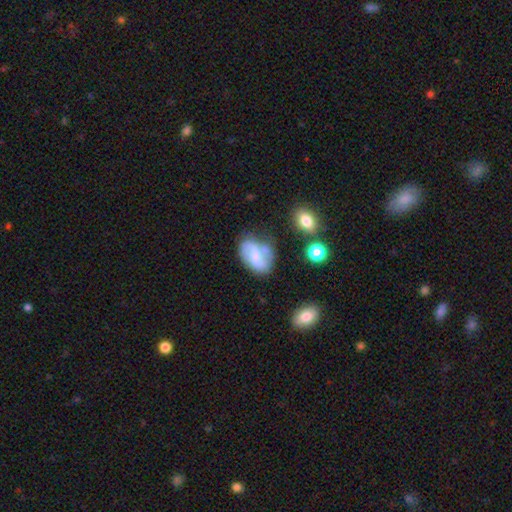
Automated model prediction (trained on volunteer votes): This appears to be a featured or disk galaxy (68%) with a weak bar (45%), 2 (87%) loose (44%) spiral arms (88%) and a moderate central bulge (51%). Merging: none (62%).